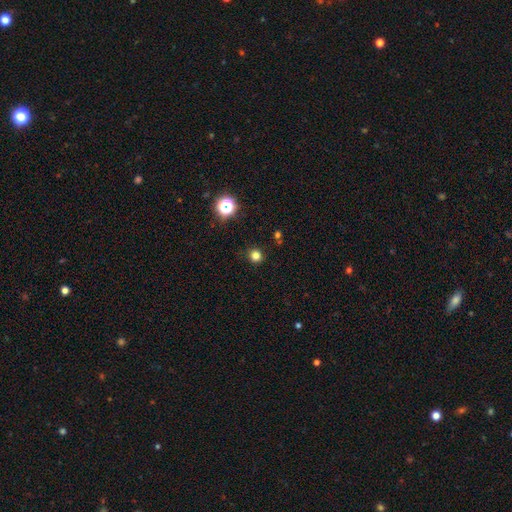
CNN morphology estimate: A smooth galaxy with no disk features (78%) that is round (93%).

Vote fractions:
- Smooth or featured? smooth: 78% / star or artifact: 17% / featured or disk: 5%
- How rounded? round: 93% / in between: 6% / cigar-shaped: 1%
- Merging? none: 89% / minor disturbance: 7% / major disturbance: 2% / merger: 2%